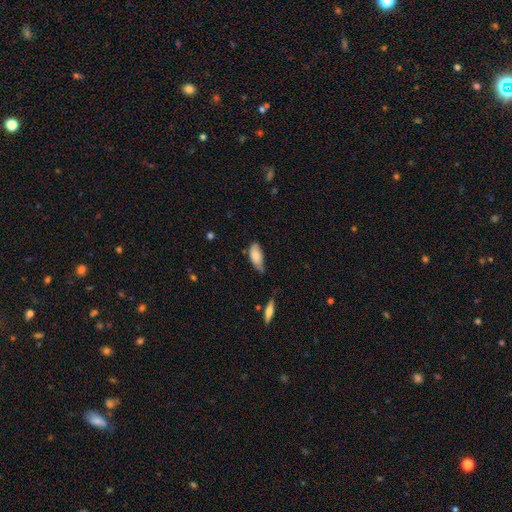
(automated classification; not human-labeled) Smooth or featured: smooth — 78% (featured or disk — 15%)
How rounded: in between — 87% (cigar-shaped — 10%)
Merging: minor disturbance — 44% (none — 41%)